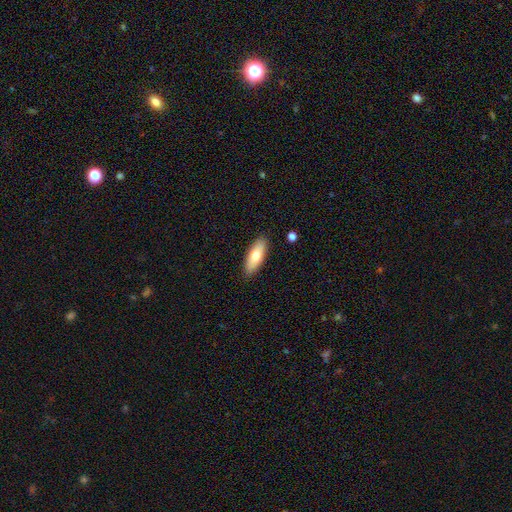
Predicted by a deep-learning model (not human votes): Smooth or featured?
  - smooth: 72% *
  - featured or disk: 22%
  - star or artifact: 6%
How rounded?
  - in between: 68% *
  - cigar-shaped: 30%
  - round: 2%
Merging?
  - none: 88% *
  - minor disturbance: 9%
  - major disturbance: 2%
  - merger: 1%